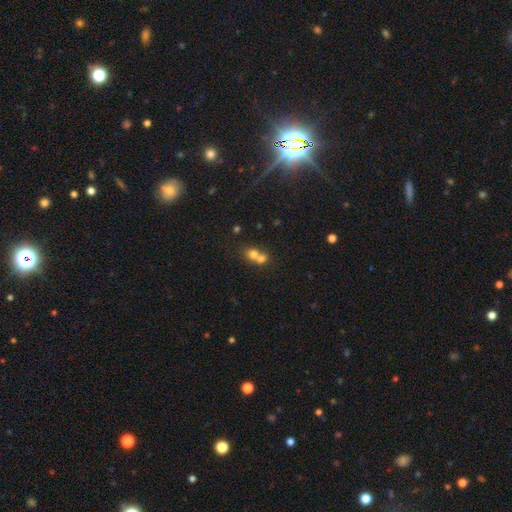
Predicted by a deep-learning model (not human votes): A smooth galaxy with no disk features (71%) that is round (69%).

Vote fractions:
- Smooth or featured? smooth: 71% / featured or disk: 16% / star or artifact: 13%
- How rounded? round: 69% / in between: 29% / cigar-shaped: 1%
- Merging? merger: 66% / none: 26% / minor disturbance: 5% / major disturbance: 3%